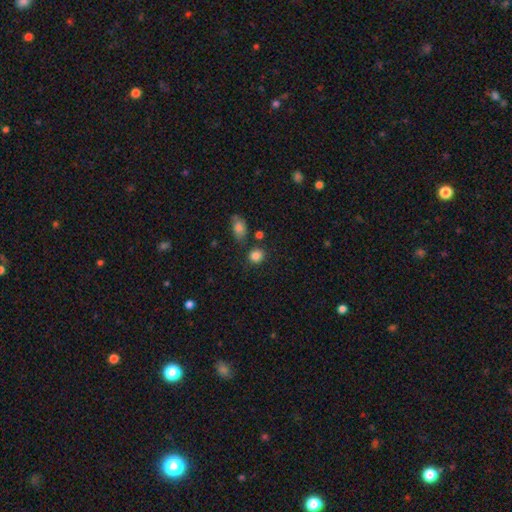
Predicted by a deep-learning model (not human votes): Overall: smooth (84%). How rounded: round (78%). Merging: none (78%).